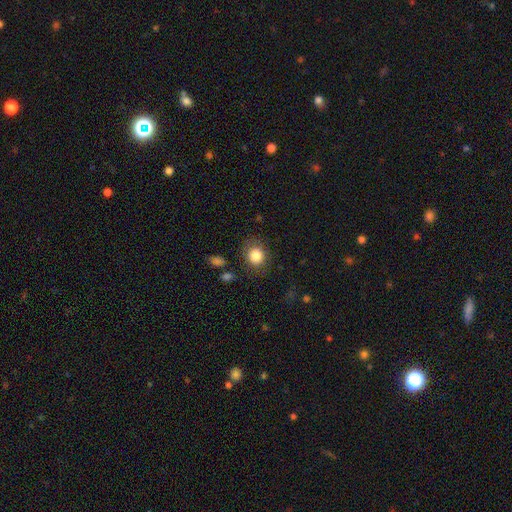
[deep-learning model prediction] smooth 83%, star or artifact 9%, featured or disk 8%. Down the decision tree: how rounded — round (75%); merging — none (77%).